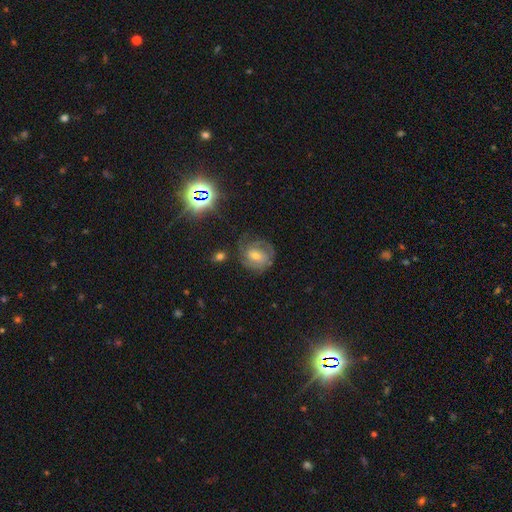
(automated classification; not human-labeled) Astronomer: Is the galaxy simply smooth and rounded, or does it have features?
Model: featured or disk — 64%.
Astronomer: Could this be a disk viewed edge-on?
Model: no — 97%.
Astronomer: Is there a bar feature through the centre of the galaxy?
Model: no — 44% (runner-up: weak, 43%).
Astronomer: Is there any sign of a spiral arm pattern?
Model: yes — 88%.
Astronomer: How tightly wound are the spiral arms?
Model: tight — 58%.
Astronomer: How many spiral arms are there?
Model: can't tell — 38% (runner-up: 2, 27%).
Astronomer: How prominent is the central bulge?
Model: moderate — 48% (runner-up: small, 46%).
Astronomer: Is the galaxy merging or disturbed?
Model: none — 69%.